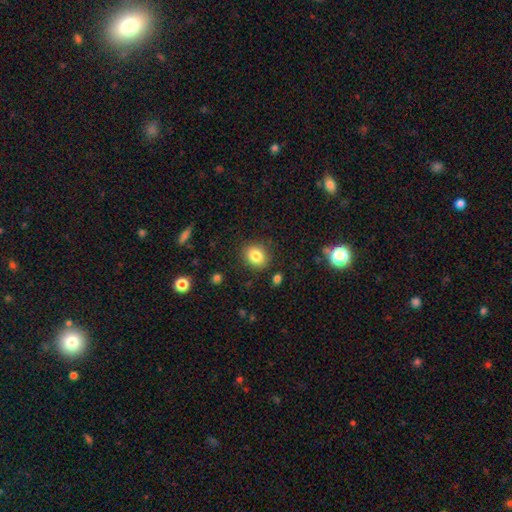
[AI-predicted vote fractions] Morphology: type=smooth (83%); roundness=round (59%); merging=none (86%).